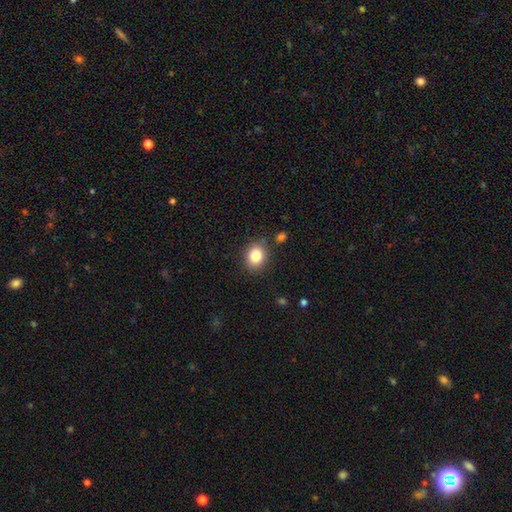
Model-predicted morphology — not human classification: type=smooth (83%); roundness=in between (52%); merging=none (84%).